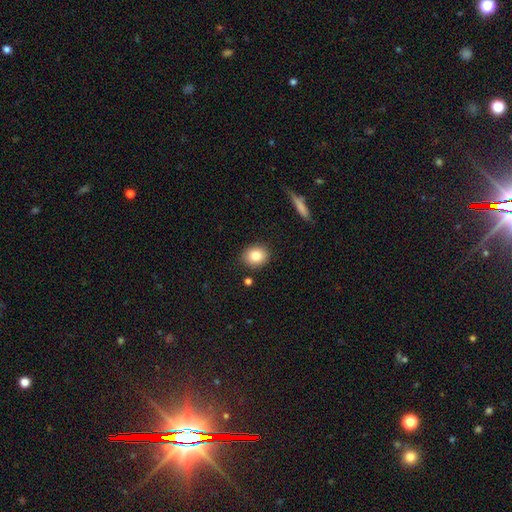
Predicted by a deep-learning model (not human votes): This is clearly a smooth galaxy (85%). How rounded: likely round (68%). Merging: clearly none (87%).